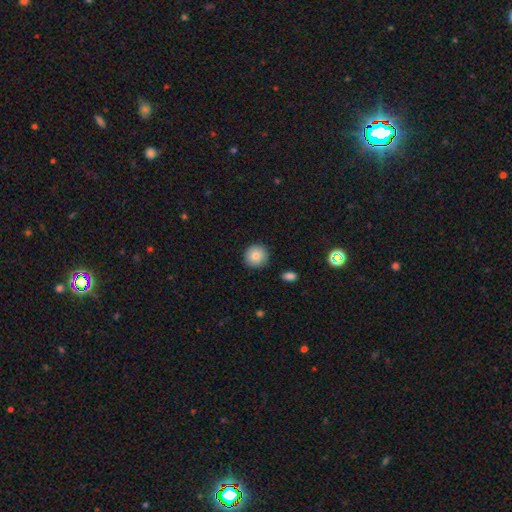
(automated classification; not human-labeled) Smooth or featured?
  - smooth: 86% *
  - star or artifact: 8%
  - featured or disk: 6%
How rounded?
  - round: 92% *
  - in between: 7%
  - cigar-shaped: 1%
Merging?
  - none: 88% *
  - minor disturbance: 9%
  - major disturbance: 2%
  - merger: 2%